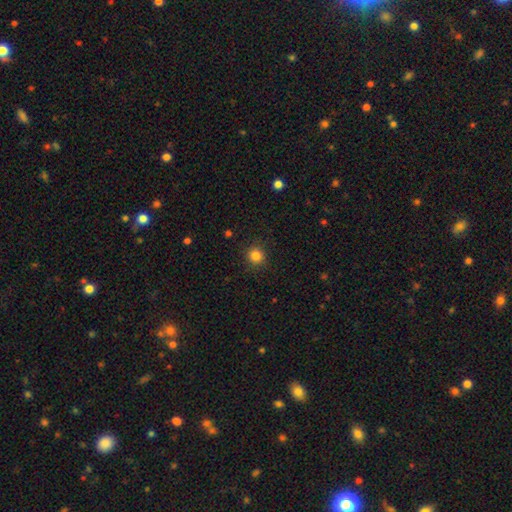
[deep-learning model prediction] This appears to be a smooth galaxy with no disk features (84%) that is round (92%). Merging: none (89%).